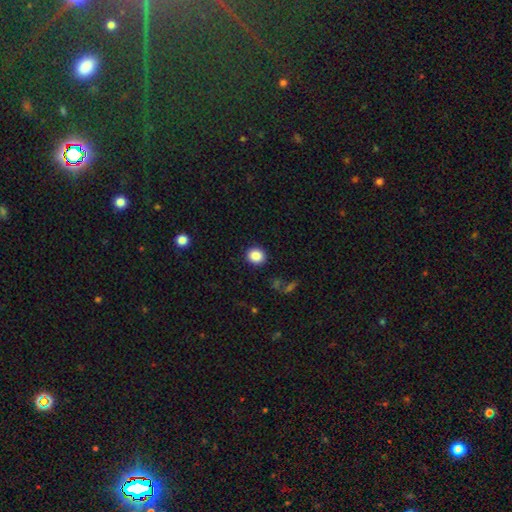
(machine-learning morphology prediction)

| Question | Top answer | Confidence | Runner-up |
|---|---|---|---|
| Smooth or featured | smooth | 86% | star or artifact (9%) |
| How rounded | round | 81% | in between (18%) |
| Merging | none | 91% | minor disturbance (6%) |